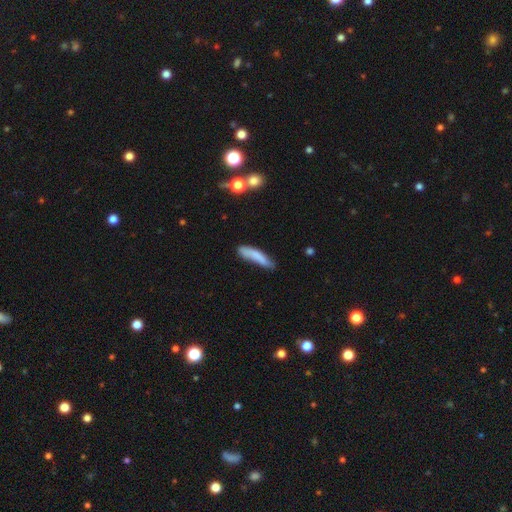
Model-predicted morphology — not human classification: type=smooth (76%); roundness=cigar-shaped (79%); merging=none (54%).